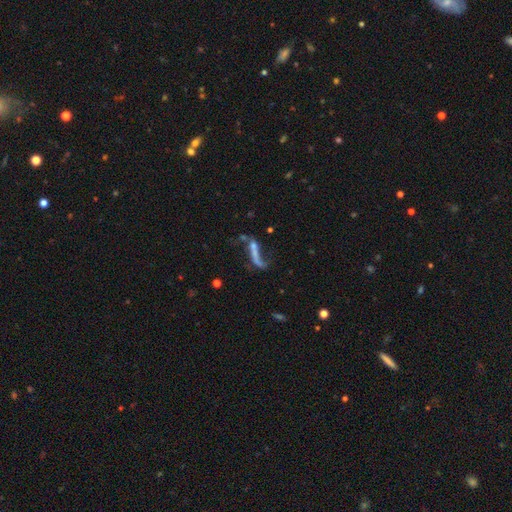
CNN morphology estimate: The model was most divided on "merging": none: 39%, major disturbance: 30%, minor disturbance: 17%, merger: 14%. More confident: edge-on disk — no (72%); smooth or featured — featured or disk (59%).